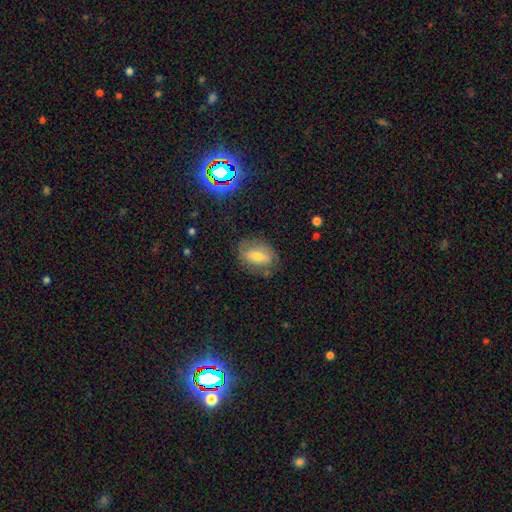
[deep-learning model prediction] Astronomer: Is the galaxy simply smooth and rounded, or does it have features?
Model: smooth — 51% (runner-up: featured or disk, 34%).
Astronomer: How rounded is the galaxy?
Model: in between — 79%.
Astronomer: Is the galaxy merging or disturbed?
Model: none — 72%.